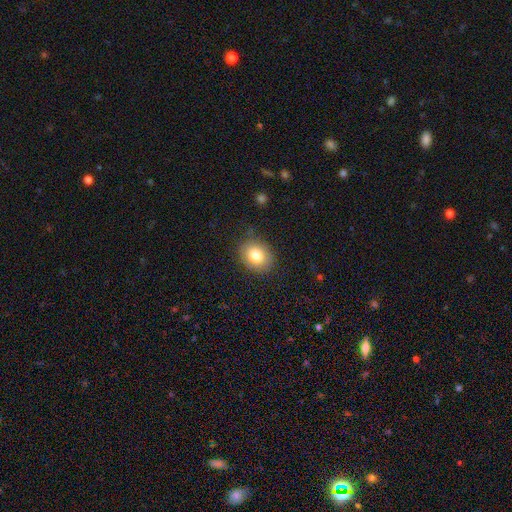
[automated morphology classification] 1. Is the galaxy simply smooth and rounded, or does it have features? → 82% smooth, 10% featured or disk, 8% star or artifact.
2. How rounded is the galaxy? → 51% in between, 49% round, 1% cigar-shaped.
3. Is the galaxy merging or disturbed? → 80% none, 15% minor disturbance, 4% major disturbance, 1% merger.